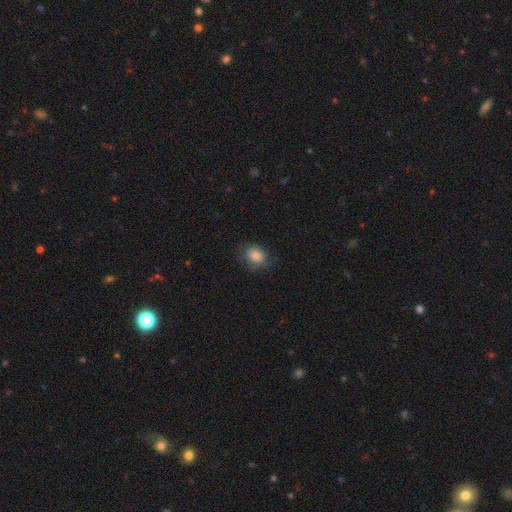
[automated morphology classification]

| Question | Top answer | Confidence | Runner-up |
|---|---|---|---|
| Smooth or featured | smooth | 84% | star or artifact (9%) |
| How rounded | in between | 60% | round (39%) |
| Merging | none | 72% | minor disturbance (19%) |